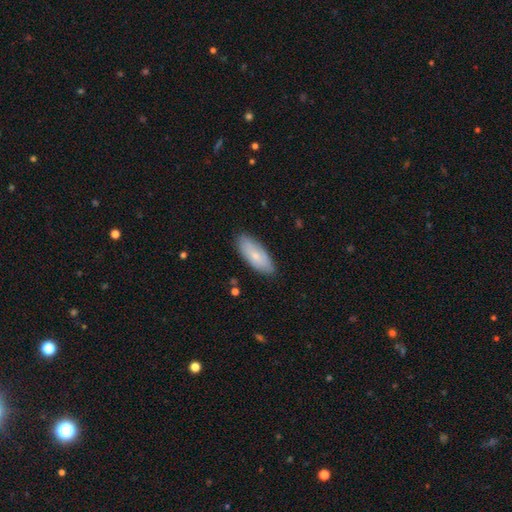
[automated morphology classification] Smooth or featured?
  - smooth: 66% *
  - featured or disk: 28%
  - star or artifact: 6%
How rounded?
  - in between: 79% *
  - cigar-shaped: 19%
  - round: 2%
Merging?
  - none: 83% *
  - minor disturbance: 13%
  - major disturbance: 2%
  - merger: 1%